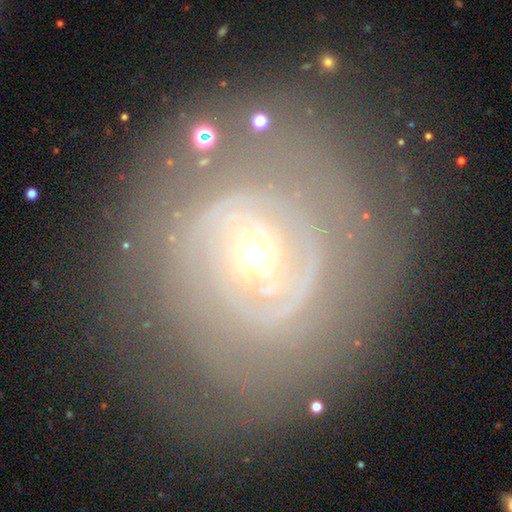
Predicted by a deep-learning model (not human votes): smooth_or_featured: featured or disk (p=0.79) [alt: smooth p=0.14]
disk_edge_on: no (p=0.96) [alt: yes p=0.04]
bar: no (p=0.55) [alt: weak p=0.31]
has_spiral_arms: yes (p=0.80) [alt: no p=0.20]
spiral_winding: tight (p=0.73) [alt: medium p=0.20]
spiral_arm_count: can't tell (p=0.43) [alt: 2 p=0.29]
bulge_size: small (p=0.74) [alt: moderate p=0.22]
merging: none (p=0.77) [alt: minor disturbance p=0.14]